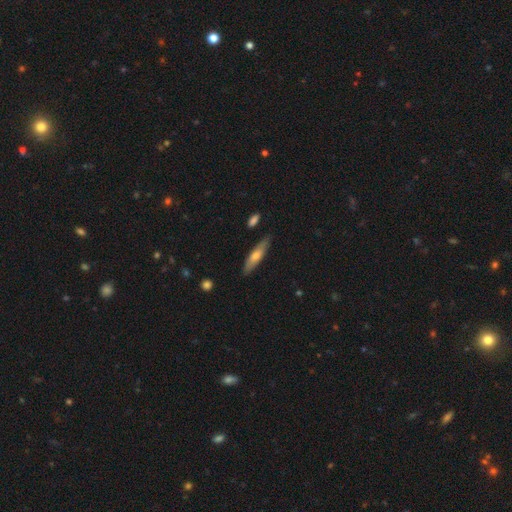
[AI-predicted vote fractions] A smooth galaxy with no disk features (61%) that is cigar-shaped (74%). Merging: none (83%).